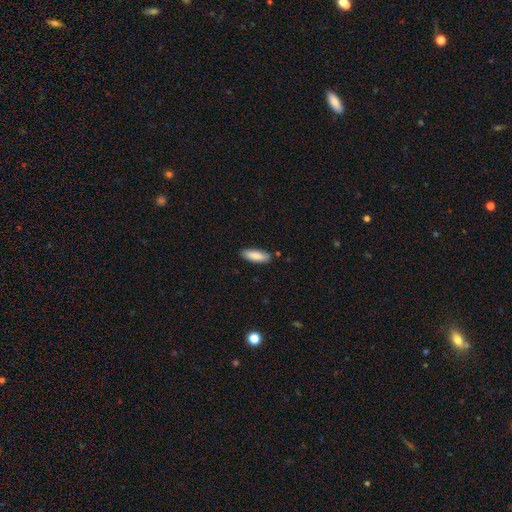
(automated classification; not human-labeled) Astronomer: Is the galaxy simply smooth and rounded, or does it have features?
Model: smooth — 84%.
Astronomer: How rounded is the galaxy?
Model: in between — 63%.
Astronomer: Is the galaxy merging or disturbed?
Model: none — 85%.